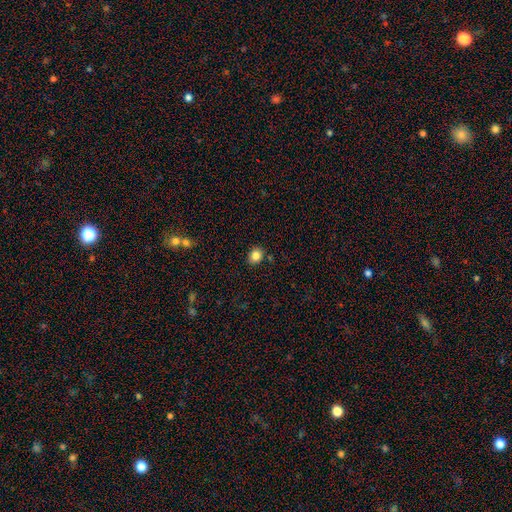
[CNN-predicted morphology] smooth 83%, star or artifact 11%, featured or disk 6%. Down the decision tree: how rounded — round (60%); merging — none (86%).